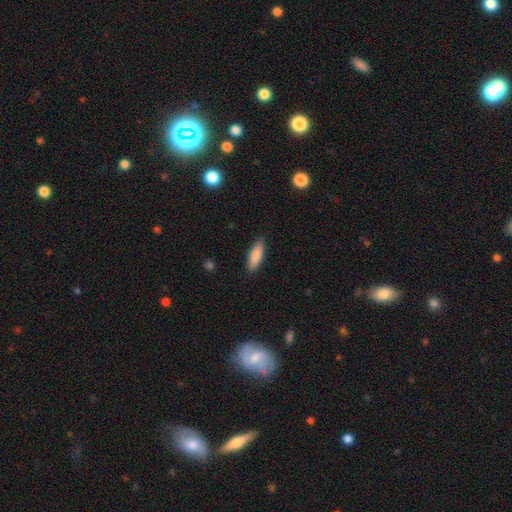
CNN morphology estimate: Smooth or featured? smooth (85%)
How rounded? in between (51%)
Merging? none (86%)